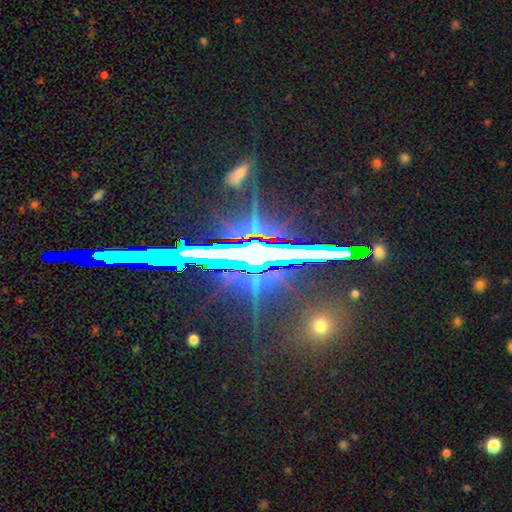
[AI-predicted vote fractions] A star or artifact, not a galaxy (80%).

Vote fractions:
- Smooth or featured? star or artifact: 80% / featured or disk: 11% / smooth: 9%